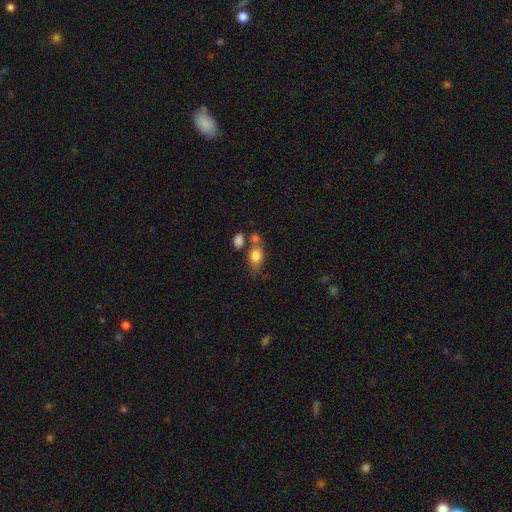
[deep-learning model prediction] Smooth or featured: smooth — 80% (featured or disk — 12%)
How rounded: in between — 76% (round — 21%)
Merging: none — 47% (merger — 31%)